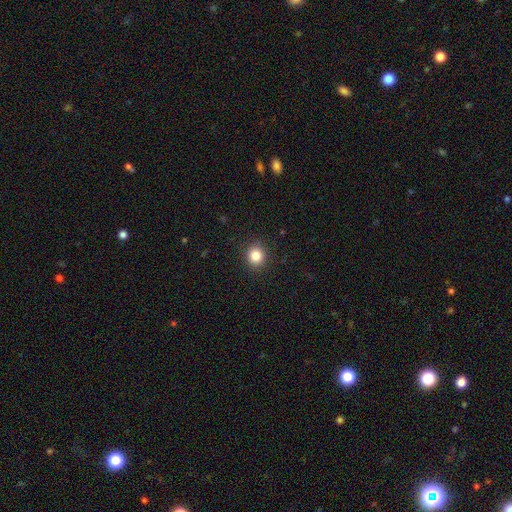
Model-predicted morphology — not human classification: type=smooth (83%); roundness=round (84%); merging=none (91%).